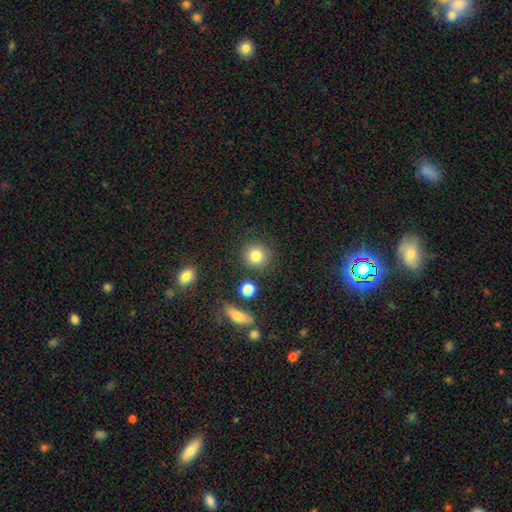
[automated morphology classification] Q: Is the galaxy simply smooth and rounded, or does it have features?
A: smooth — 81%.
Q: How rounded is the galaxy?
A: round — 91%.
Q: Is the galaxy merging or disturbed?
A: none — 85%.